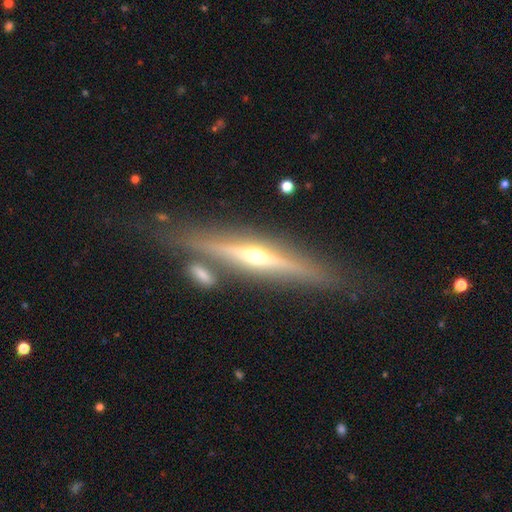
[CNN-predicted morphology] This appears to be a featured or disk galaxy (79%) viewed edge-on (96%) with a rounded central bulge (91%). Merging: none (77%).